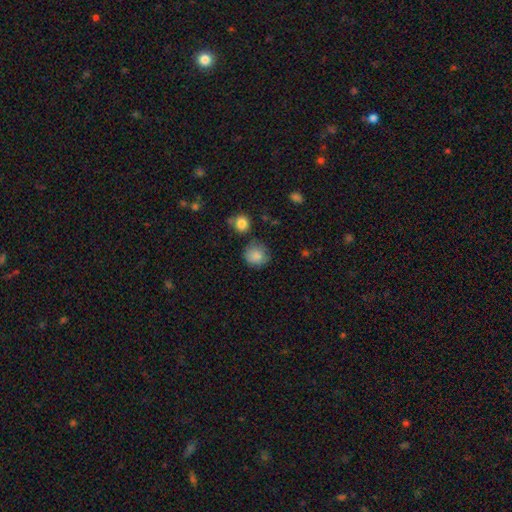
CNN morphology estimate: The model was most divided on "merging": none: 71%, minor disturbance: 19%, major disturbance: 5%, merger: 5%. More confident: how rounded — round (88%); smooth or featured — smooth (85%).